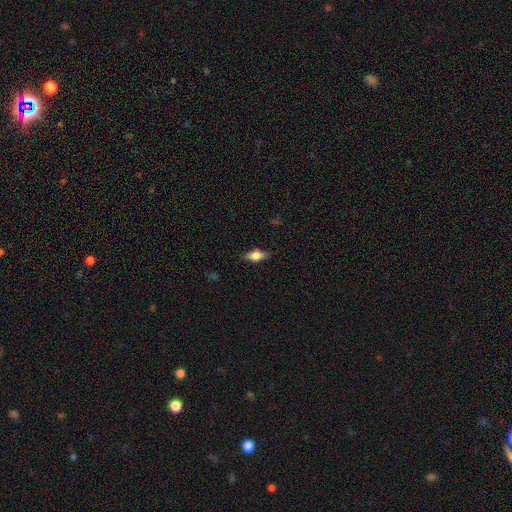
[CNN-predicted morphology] type=smooth (61%); roundness=in between (76%); merging=none (83%).